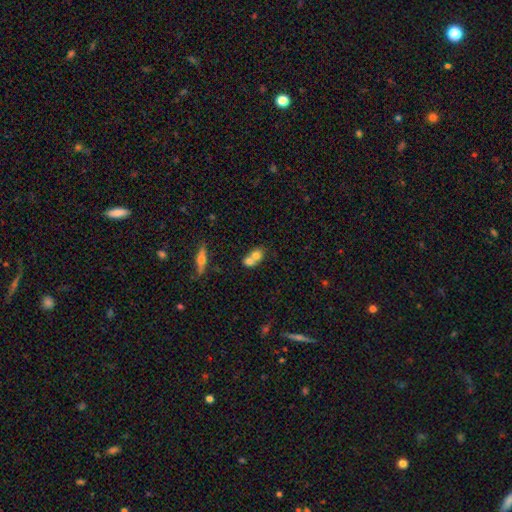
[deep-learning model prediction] A smooth galaxy with no disk features (69%) that is round (58%).

Vote fractions:
- Smooth or featured? smooth: 69% / featured or disk: 21% / star or artifact: 10%
- How rounded? round: 58% / in between: 40% / cigar-shaped: 3%
- Merging? merger: 65% / none: 26% / minor disturbance: 6% / major disturbance: 3%